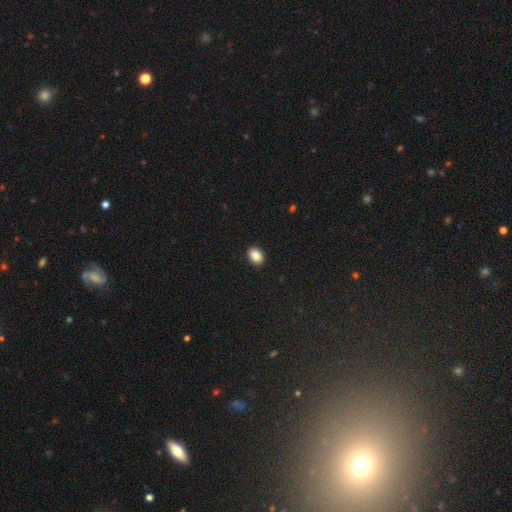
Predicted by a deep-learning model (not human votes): smooth 88%, star or artifact 8%, featured or disk 4%. Down the decision tree: how rounded — in between (69%); merging — none (92%).